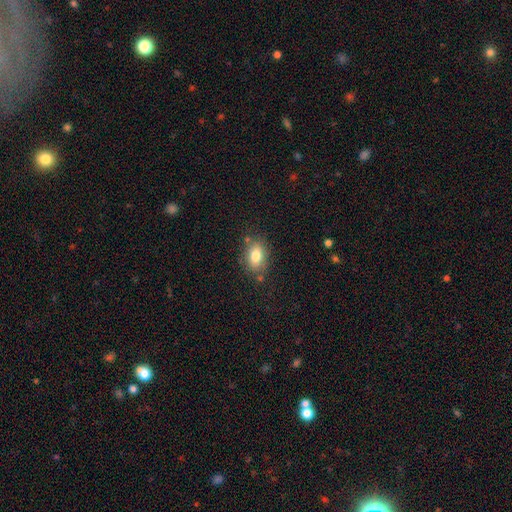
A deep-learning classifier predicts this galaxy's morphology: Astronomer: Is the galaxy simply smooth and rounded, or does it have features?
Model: smooth — 80%.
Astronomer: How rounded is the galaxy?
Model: in between — 80%.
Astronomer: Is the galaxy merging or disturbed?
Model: none — 75%.